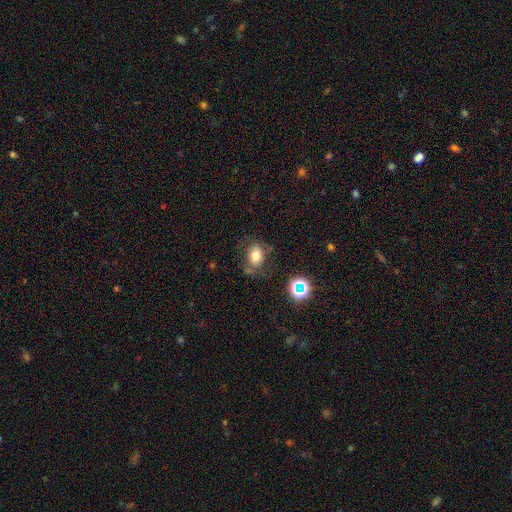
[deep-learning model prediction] The model was most divided on "how rounded": in between: 59%, round: 40%, cigar-shaped: 1%. More confident: smooth or featured — smooth (71%); merging — none (64%).